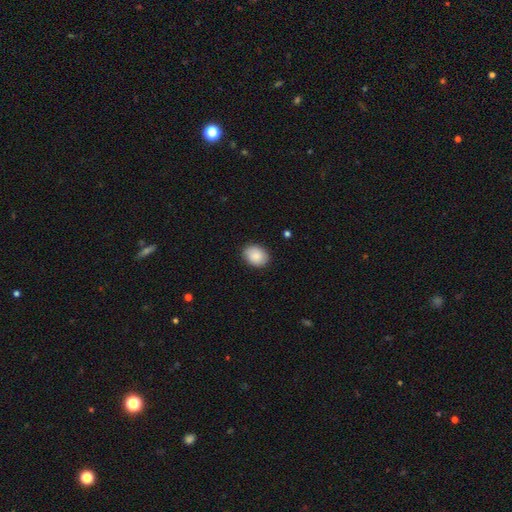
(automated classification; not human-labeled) This is clearly a smooth galaxy (86%). How rounded: possibly in between (59%). Merging: clearly none (86%).